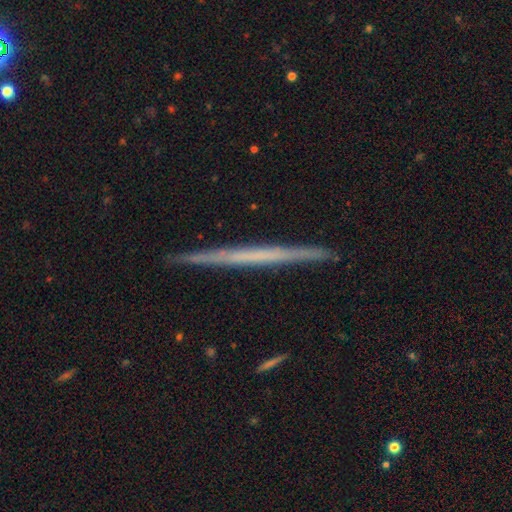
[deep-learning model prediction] Smooth or featured? Predicted: featured or disk (p=0.60). Edge-on disk? Predicted: yes (p=0.98). Edge-on bulge? Predicted: none (p=0.93). Merging? Predicted: none (p=0.92).